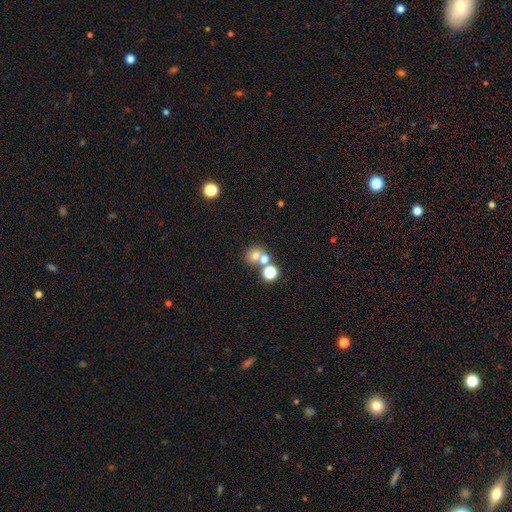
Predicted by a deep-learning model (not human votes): A smooth galaxy with no disk features (65%) that is round (80%). Merging: none (52%).